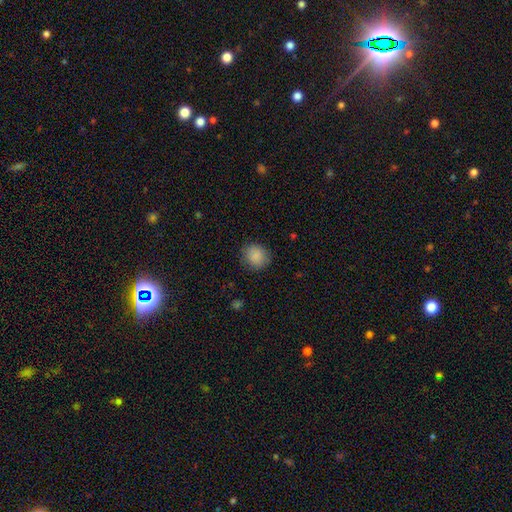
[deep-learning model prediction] smooth_or_featured: smooth (p=0.88) [alt: star or artifact p=0.08]
how_rounded: round (p=0.80) [alt: in between p=0.20]
merging: none (p=0.86) [alt: minor disturbance p=0.11]